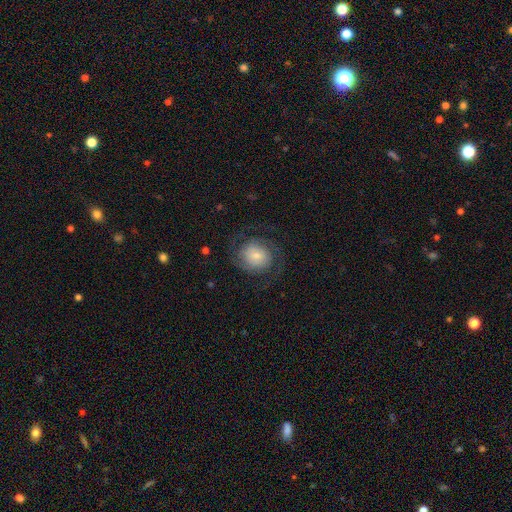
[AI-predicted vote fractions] The model was most divided on "spiral winding": medium: 46%, tight: 33%, loose: 21%. More confident: edge-on disk — no (98%); spiral arms — yes (93%); spiral arm count — 2 (82%); merging — none (73%); smooth or featured — featured or disk (68%); bar — no (65%); bulge size — small (57%).